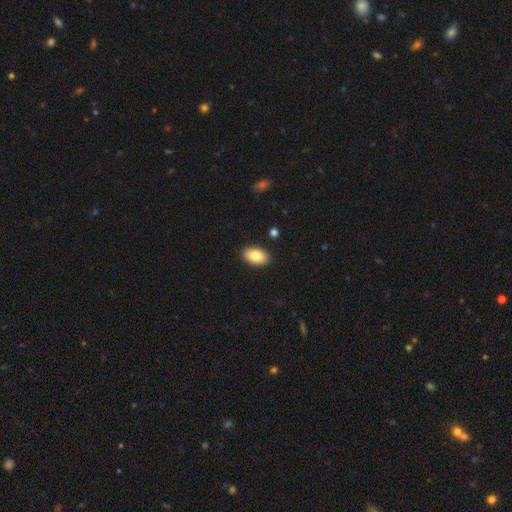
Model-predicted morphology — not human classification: The model was most divided on "smooth or featured": smooth: 84%, featured or disk: 10%, star or artifact: 7%. More confident: how rounded — in between (93%); merging — none (89%).